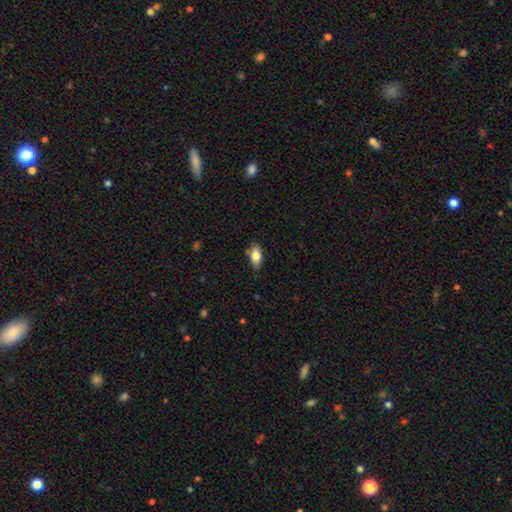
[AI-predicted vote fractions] Overall: smooth (81%). How rounded: in between (87%). Merging: none (80%).